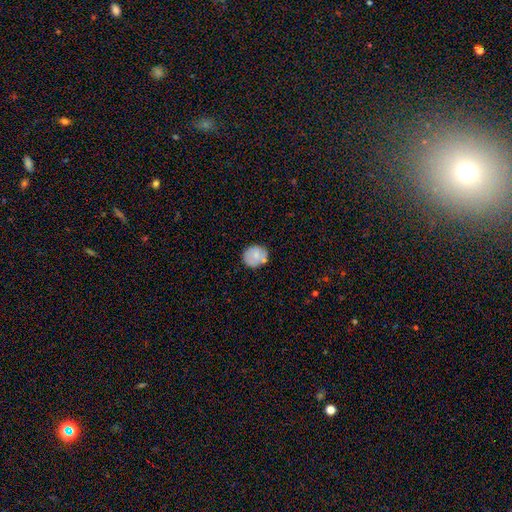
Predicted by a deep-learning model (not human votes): Overall: smooth (75%). How rounded: round (75%). Merging: none (74%).